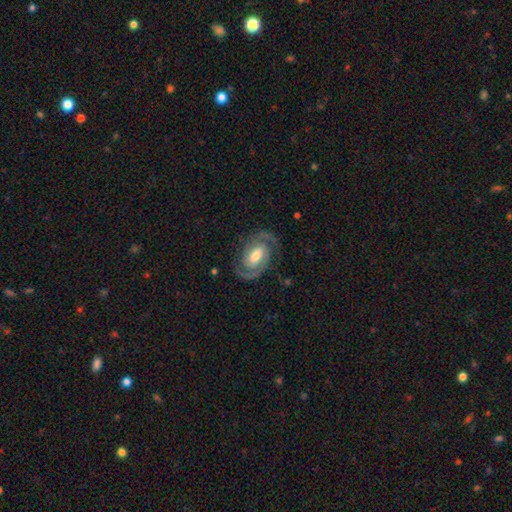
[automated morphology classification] type=featured or disk (89%); edge-on=no (97%); bar=weak (45%); spiral arms=yes (97%); winding=tight (47%); arm count=2 (92%); bulge=moderate (61%); merging=none (81%).